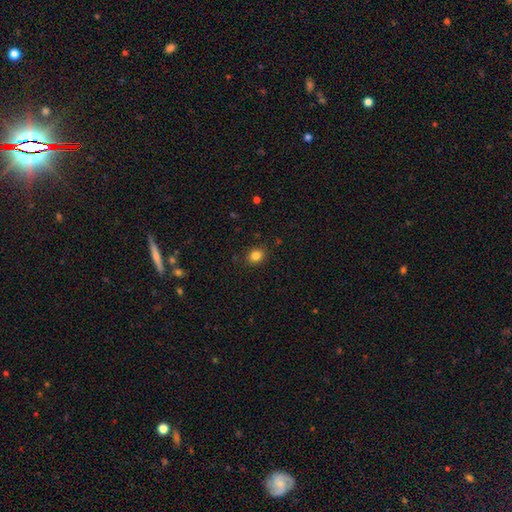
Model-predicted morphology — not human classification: A smooth galaxy with no disk features (84%) that is round (63%).

Vote fractions:
- Smooth or featured? smooth: 84% / star or artifact: 11% / featured or disk: 5%
- How rounded? round: 63% / in between: 36% / cigar-shaped: 1%
- Merging? none: 87% / minor disturbance: 9% / major disturbance: 2% / merger: 1%